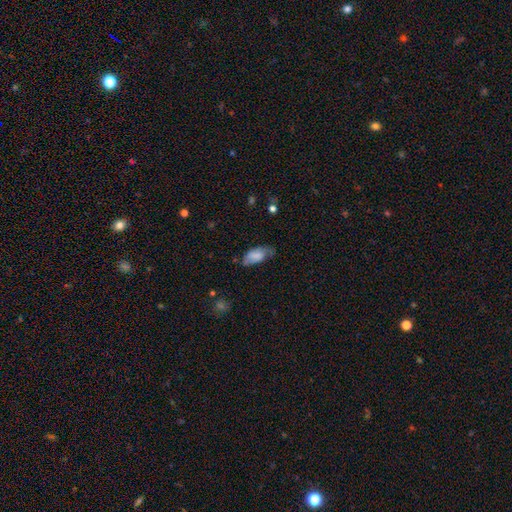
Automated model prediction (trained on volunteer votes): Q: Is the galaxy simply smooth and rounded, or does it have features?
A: smooth — 69%.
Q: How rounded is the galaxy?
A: in between — 90%.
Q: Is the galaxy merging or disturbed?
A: none — 46%.